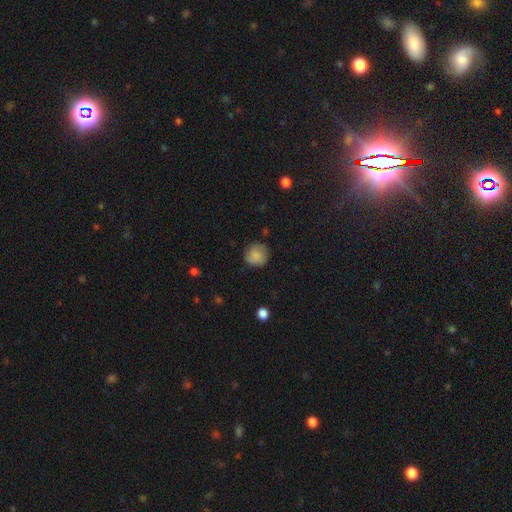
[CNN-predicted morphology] type=smooth (80%); roundness=round (91%); merging=none (80%).